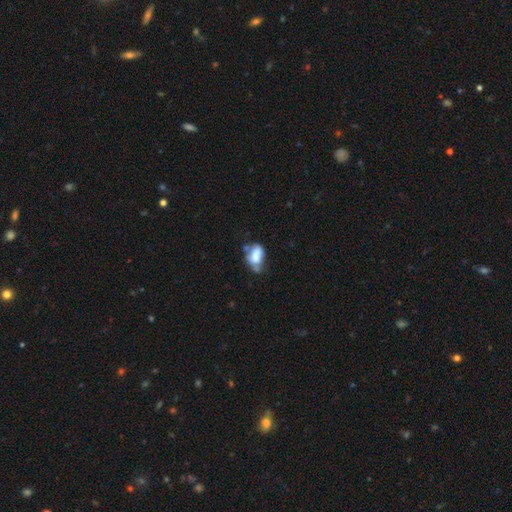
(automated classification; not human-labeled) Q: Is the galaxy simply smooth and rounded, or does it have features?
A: smooth — 73%.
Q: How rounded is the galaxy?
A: in between — 87%.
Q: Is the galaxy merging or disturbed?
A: none — 34%.